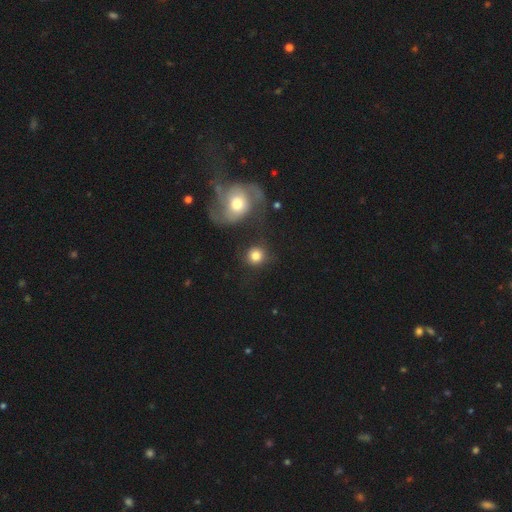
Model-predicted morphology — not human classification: The model was most divided on "merging": none: 70%, merger: 11%, minor disturbance: 11%, major disturbance: 8%. More confident: how rounded — round (91%); smooth or featured — smooth (78%).